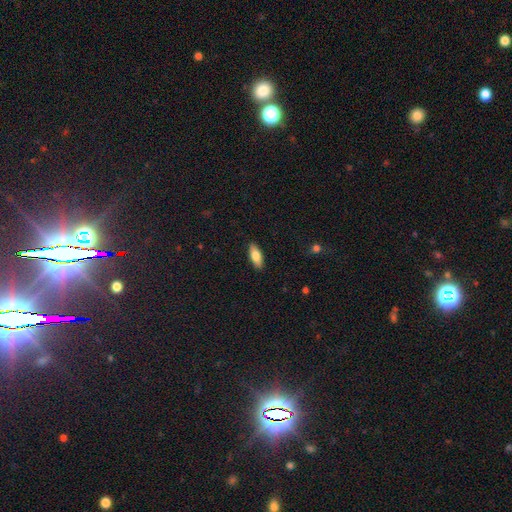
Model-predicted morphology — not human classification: Smooth or featured? smooth (78%)
How rounded? in between (76%)
Merging? none (89%)